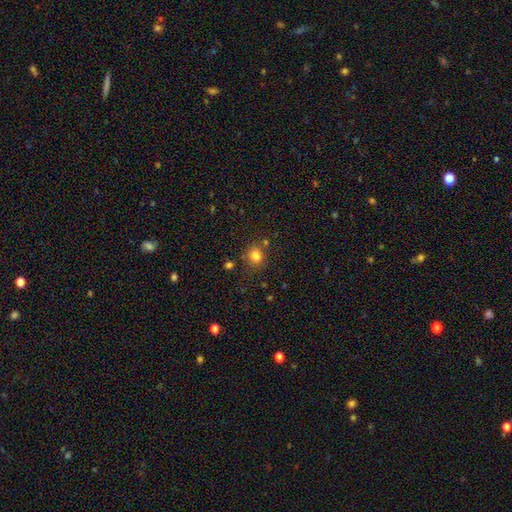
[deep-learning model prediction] A smooth galaxy with no disk features (80%) that is round (67%).

Vote fractions:
- Smooth or featured? smooth: 80% / star or artifact: 13% / featured or disk: 6%
- How rounded? round: 67% / in between: 32% / cigar-shaped: 1%
- Merging? none: 73% / minor disturbance: 14% / merger: 8% / major disturbance: 5%